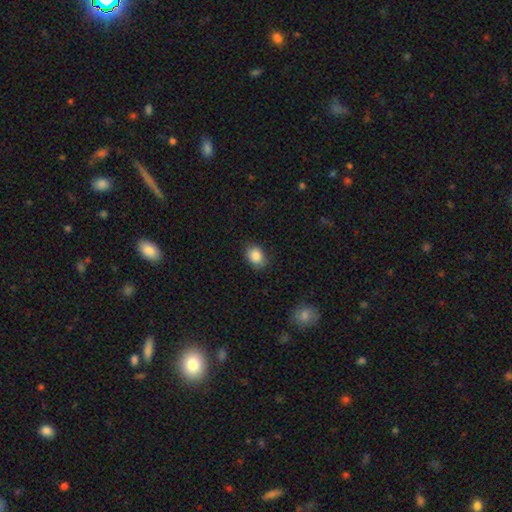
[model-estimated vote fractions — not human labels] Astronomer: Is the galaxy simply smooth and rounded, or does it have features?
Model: smooth — 87%.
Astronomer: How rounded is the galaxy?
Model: in between — 64%.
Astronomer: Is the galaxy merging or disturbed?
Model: none — 82%.